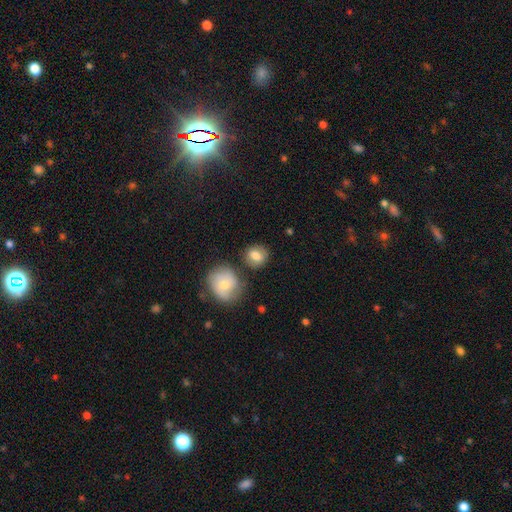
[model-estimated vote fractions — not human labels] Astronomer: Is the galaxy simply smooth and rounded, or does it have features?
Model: smooth — 81%.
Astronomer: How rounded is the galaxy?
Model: round — 77%.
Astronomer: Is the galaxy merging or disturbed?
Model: none — 75%.